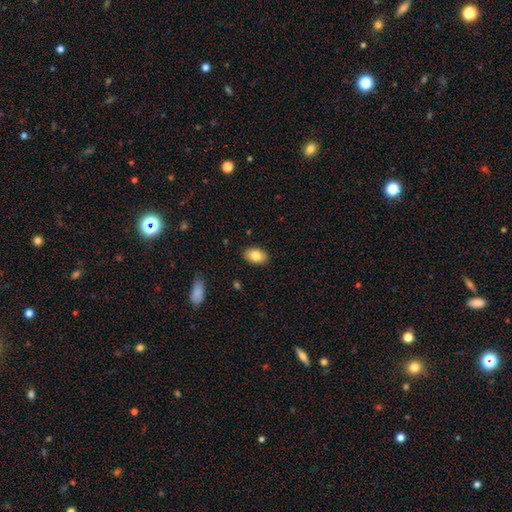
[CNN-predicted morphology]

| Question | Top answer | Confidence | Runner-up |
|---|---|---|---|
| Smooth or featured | smooth | 83% | featured or disk (9%) |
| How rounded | in between | 89% | round (10%) |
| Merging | none | 88% | minor disturbance (9%) |